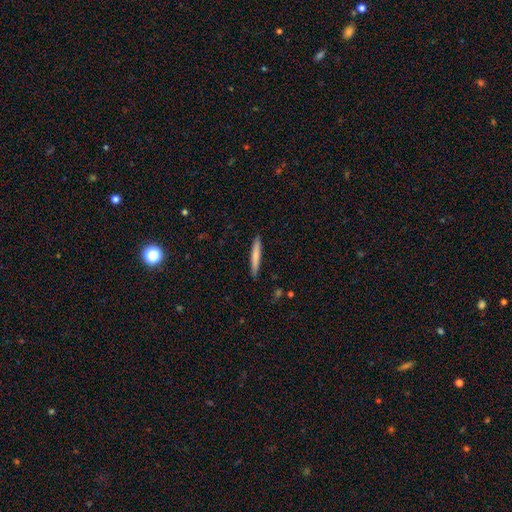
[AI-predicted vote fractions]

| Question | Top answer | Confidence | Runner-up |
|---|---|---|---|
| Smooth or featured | smooth | 73% | featured or disk (22%) |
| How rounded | cigar-shaped | 96% | in between (3%) |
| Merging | none | 90% | minor disturbance (7%) |